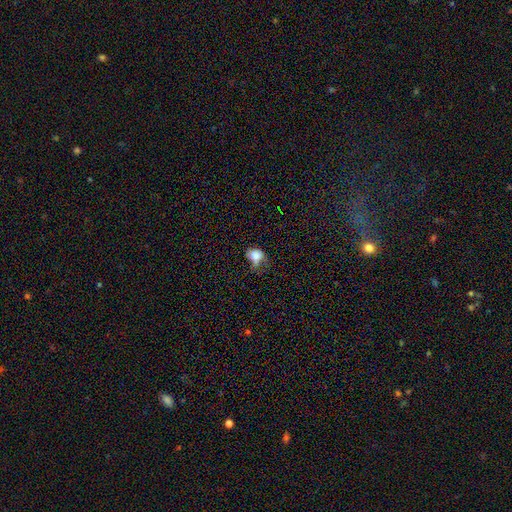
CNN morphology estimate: The model was most divided on "merging": major disturbance: 34%, minor disturbance: 32%, none: 28%, merger: 6%. More confident: smooth or featured — smooth (76%); how rounded — in between (61%).